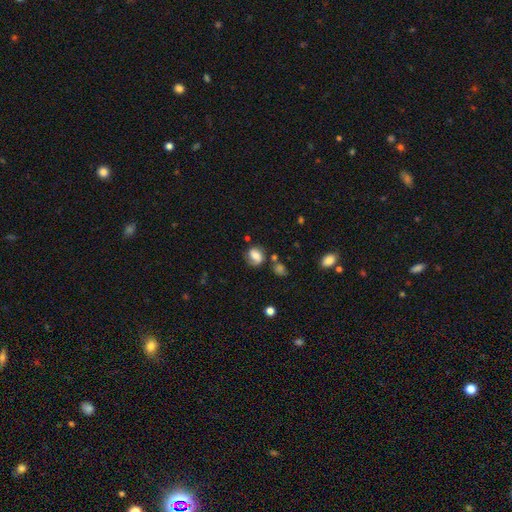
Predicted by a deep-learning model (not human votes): Morphology: type=smooth (54%); roundness=in between (53%); merging=none (55%).